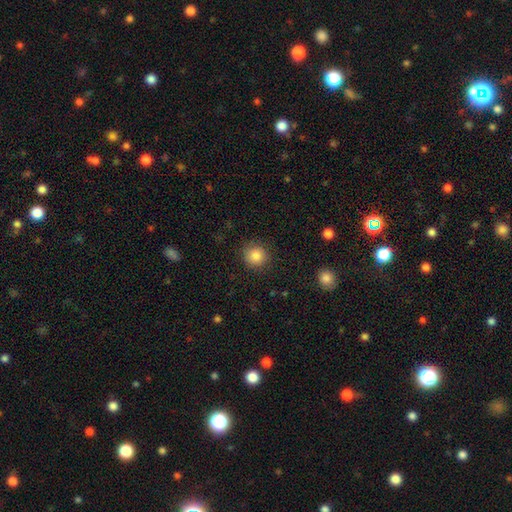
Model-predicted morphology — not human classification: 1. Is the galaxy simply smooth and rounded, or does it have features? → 85% smooth, 10% star or artifact, 5% featured or disk.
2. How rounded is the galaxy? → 92% round, 7% in between, 1% cigar-shaped.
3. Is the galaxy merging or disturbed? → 88% none, 8% minor disturbance, 3% major disturbance, 1% merger.